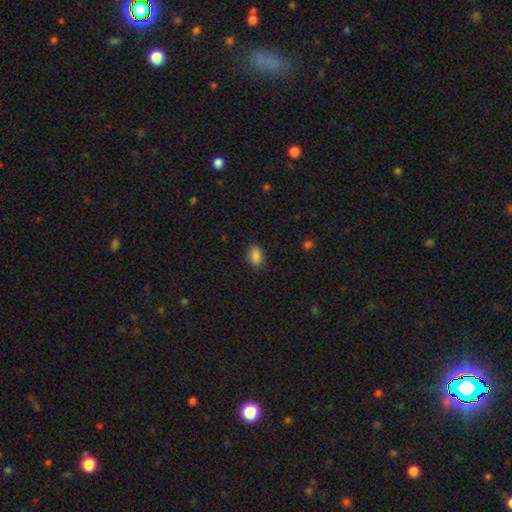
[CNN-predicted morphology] smooth 87%, star or artifact 9%, featured or disk 4%. Down the decision tree: how rounded — in between (87%); merging — none (84%).